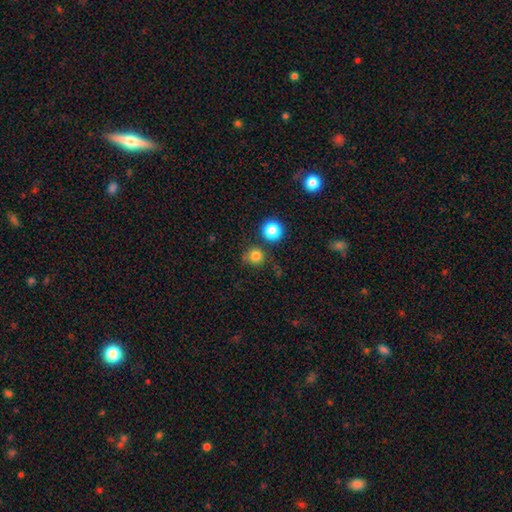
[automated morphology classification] Overall: smooth (79%). How rounded: round (92%). Merging: none (75%).